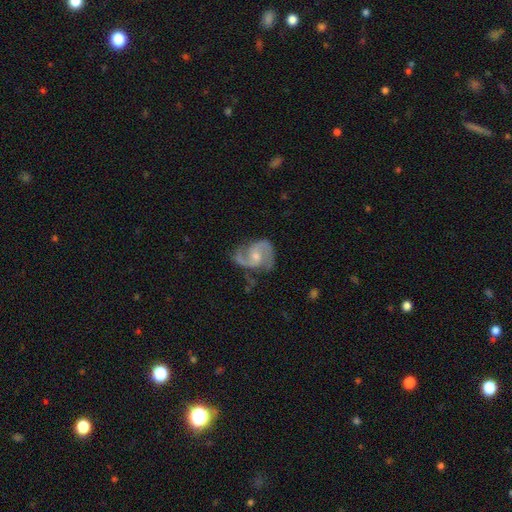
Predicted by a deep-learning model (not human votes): A featured or disk galaxy (88%) with no bar (52%), 2 (89%) medium (56%) spiral arms (97%) and a moderate central bulge (48%).

Vote fractions:
- Smooth or featured? featured or disk: 88% / smooth: 8% / star or artifact: 5%
- Edge-on disk? no: 98% / yes: 2%
- Bar? no: 52% / weak: 40% / strong: 7%
- Spiral arms? yes: 97% / no: 3%
- Spiral winding? medium: 56% / loose: 27% / tight: 17%
- Spiral arm count? 2: 89% / can't tell: 3% / 3: 3% / 1: 2% / 4: 1% / more than 4: 1%
- Bulge size? moderate: 48% / small: 42% / none: 6% / large: 3% / dominant: 1%
- Merging? none: 64% / minor disturbance: 22% / major disturbance: 12% / merger: 2%